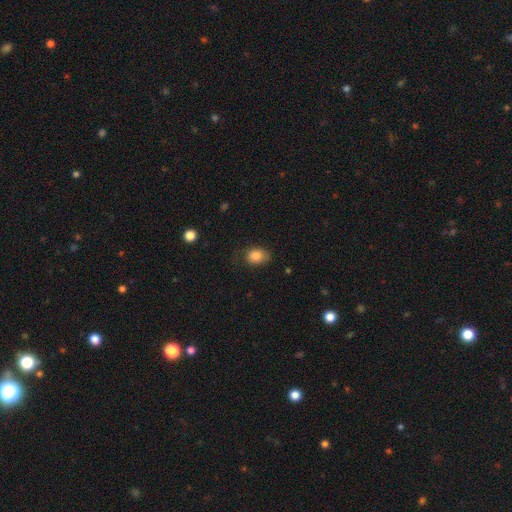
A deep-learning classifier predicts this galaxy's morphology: smooth_or_featured: smooth (p=0.84) [alt: star or artifact p=0.09]
how_rounded: in between (p=0.65) [alt: round p=0.34]
merging: none (p=0.65) [alt: minor disturbance p=0.25]